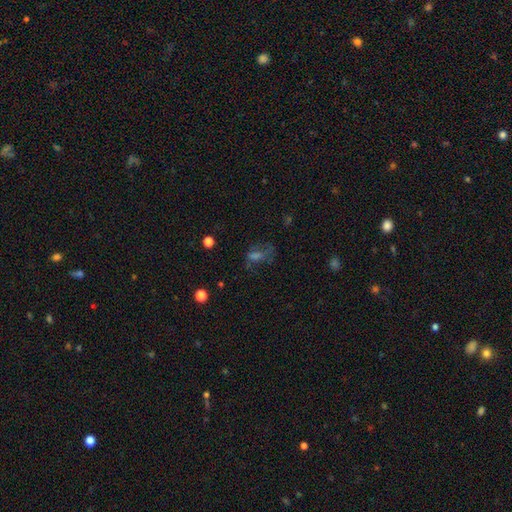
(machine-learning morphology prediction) The model was most divided on "smooth or featured" (2-way tie): smooth: 35%, featured or disk: 35%, star or artifact: 31%. Remaining: merging — none (49%).